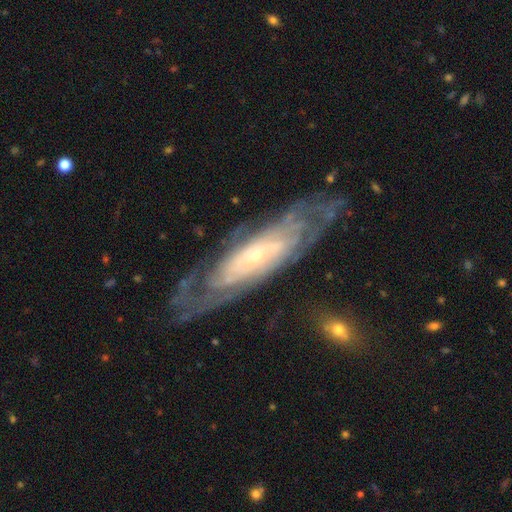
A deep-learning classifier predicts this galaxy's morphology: A featured or disk galaxy (81%) with no bar (71%), tight (72%) spiral arms (90%) and a small central bulge (76%). Merging: none (71%).